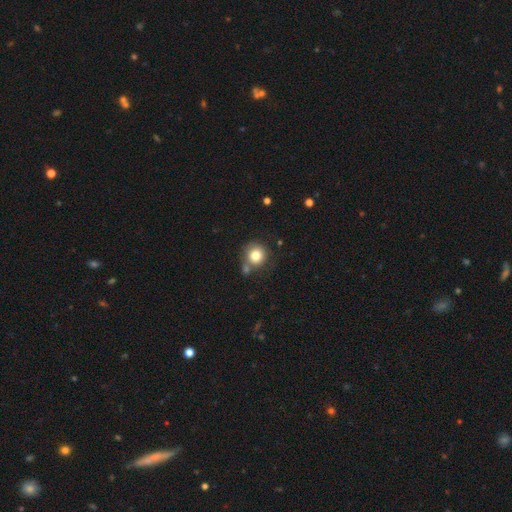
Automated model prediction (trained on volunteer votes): A smooth galaxy with no disk features (80%) that is round (90%).

Vote fractions:
- Smooth or featured? smooth: 80% / star or artifact: 10% / featured or disk: 9%
- How rounded? round: 90% / in between: 9% / cigar-shaped: 1%
- Merging? none: 65% / merger: 17% / minor disturbance: 13% / major disturbance: 5%